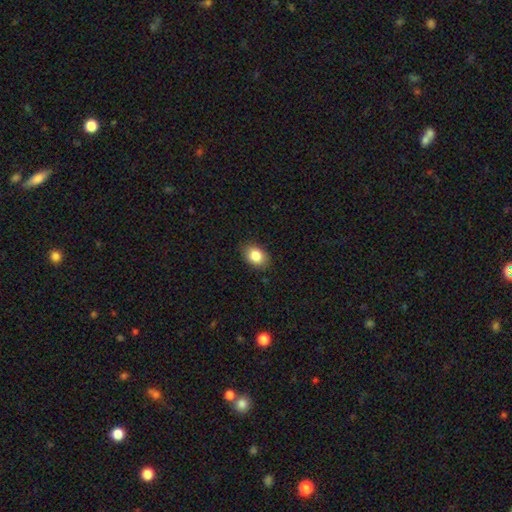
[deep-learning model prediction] smooth-or-featured: smooth: 85% | star or artifact: 8% | featured or disk: 7%
  how-rounded: in between: 70% | round: 29% | cigar-shaped: 1%
  merging: none: 86% | minor disturbance: 11% | major disturbance: 2% | merger: 1%